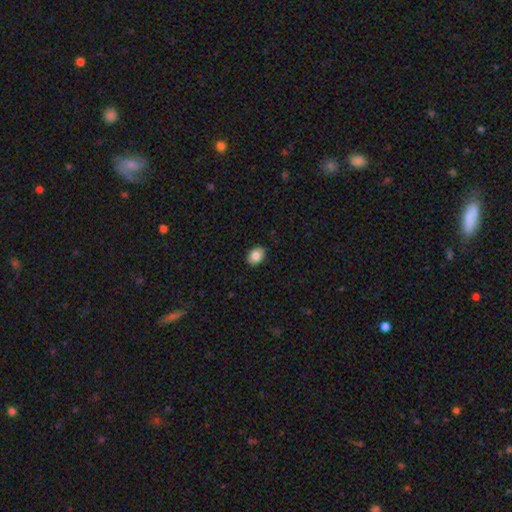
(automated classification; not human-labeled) smooth 80%, featured or disk 12%, star or artifact 8%. Down the decision tree: how rounded — in between (69%); merging — none (89%).